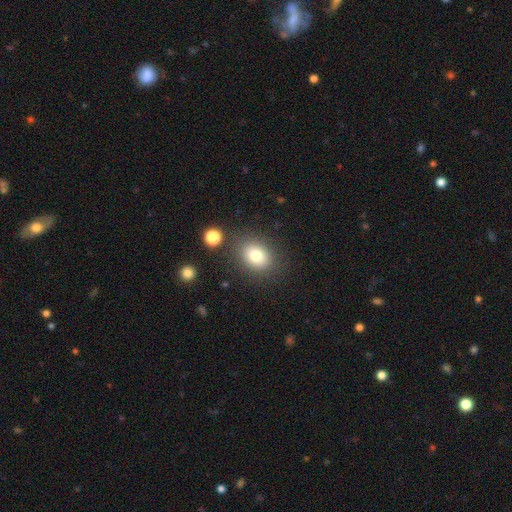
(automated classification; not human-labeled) Smooth or featured? Predicted: smooth (p=0.79). How rounded? Predicted: in between (p=0.52). Merging? Predicted: none (p=0.83).